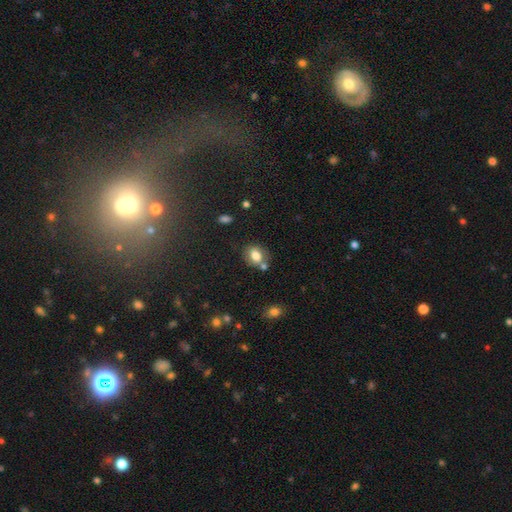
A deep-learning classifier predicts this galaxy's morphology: smooth_or_featured: smooth (p=0.77) [alt: featured or disk p=0.13]
how_rounded: in between (p=0.55) [alt: round p=0.44]
merging: none (p=0.61) [alt: merger p=0.19]